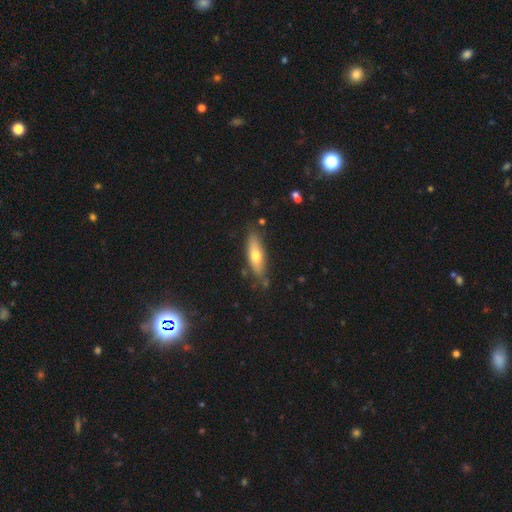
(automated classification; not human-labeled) smooth_or_featured: smooth (p=0.60) [alt: featured or disk p=0.33]
how_rounded: cigar-shaped (p=0.51) [alt: in between p=0.47]
merging: none (p=0.77) [alt: minor disturbance p=0.16]